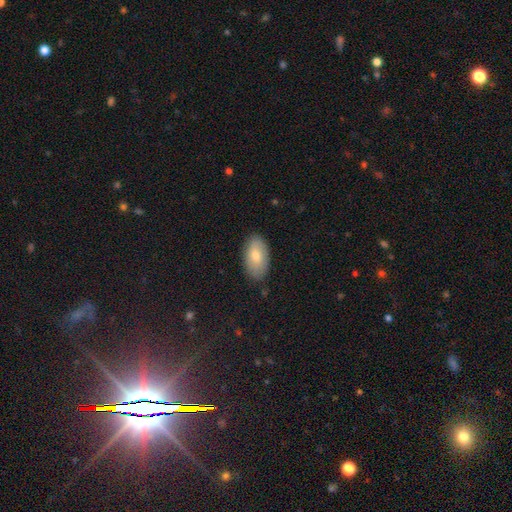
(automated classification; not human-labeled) A smooth galaxy with no disk features (71%) that is in between round and cigar-shaped (94%).

Vote fractions:
- Smooth or featured? smooth: 71% / featured or disk: 21% / star or artifact: 7%
- How rounded? in between: 94% / round: 4% / cigar-shaped: 2%
- Merging? none: 85% / minor disturbance: 11% / major disturbance: 2% / merger: 1%